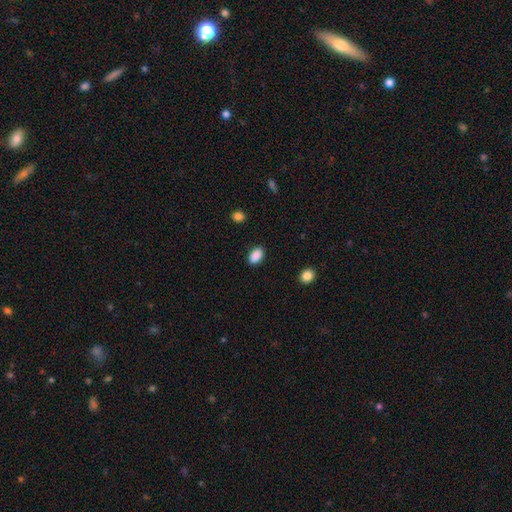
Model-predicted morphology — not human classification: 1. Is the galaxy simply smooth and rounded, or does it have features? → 89% smooth, 8% star or artifact, 3% featured or disk.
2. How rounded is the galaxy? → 87% in between, 12% round, 1% cigar-shaped.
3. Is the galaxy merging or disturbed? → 87% none, 9% minor disturbance, 2% major disturbance, 1% merger.